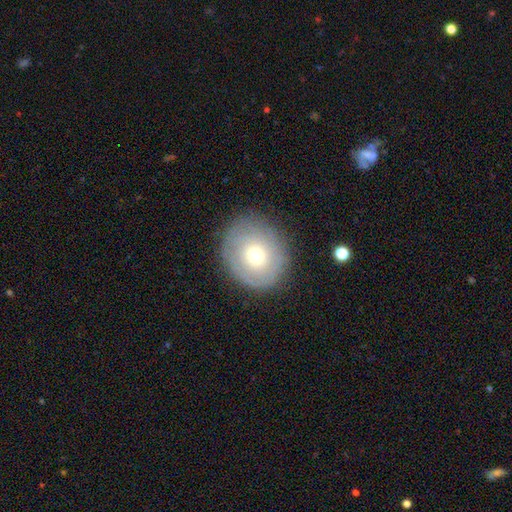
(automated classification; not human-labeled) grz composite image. It shows a smooth galaxy with no disk features (51%) that is round (72%). Merging: none (82%).